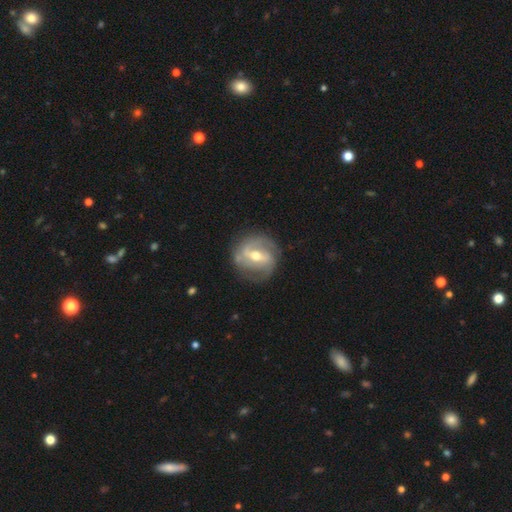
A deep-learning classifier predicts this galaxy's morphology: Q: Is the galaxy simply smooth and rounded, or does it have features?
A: featured or disk — 81%.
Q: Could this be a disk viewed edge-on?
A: no — 96%.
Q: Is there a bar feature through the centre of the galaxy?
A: strong — 45%.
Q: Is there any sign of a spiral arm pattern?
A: yes — 89%.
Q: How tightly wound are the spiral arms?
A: medium — 41%.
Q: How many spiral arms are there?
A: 2 — 65%.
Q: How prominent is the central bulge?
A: moderate — 68%.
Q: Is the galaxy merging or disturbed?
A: none — 76%.